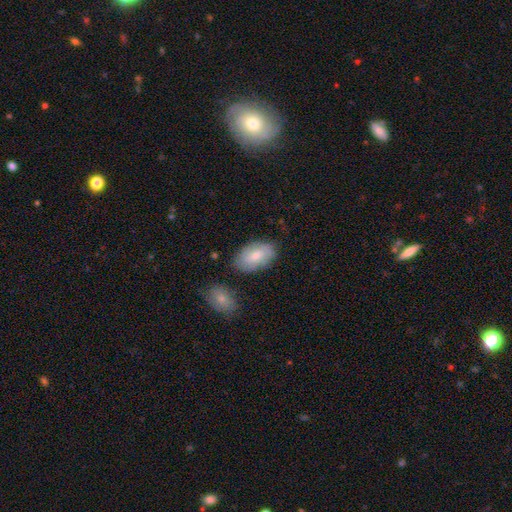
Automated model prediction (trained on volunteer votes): The model was most divided on "smooth or featured": smooth: 69%, featured or disk: 25%, star or artifact: 6%. More confident: how rounded — in between (93%); merging — none (74%).